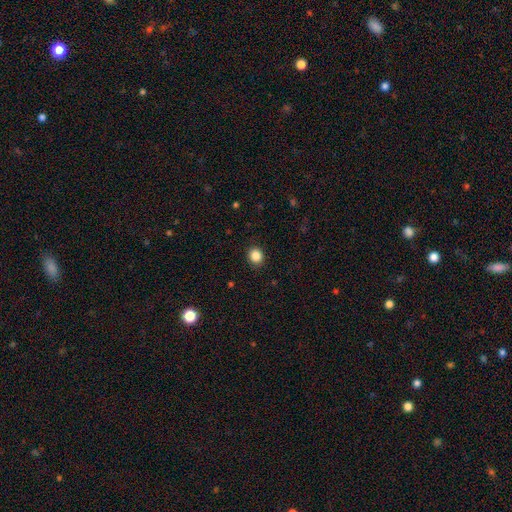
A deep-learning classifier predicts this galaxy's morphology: Overall: smooth (86%). How rounded: round (79%). Merging: none (91%).